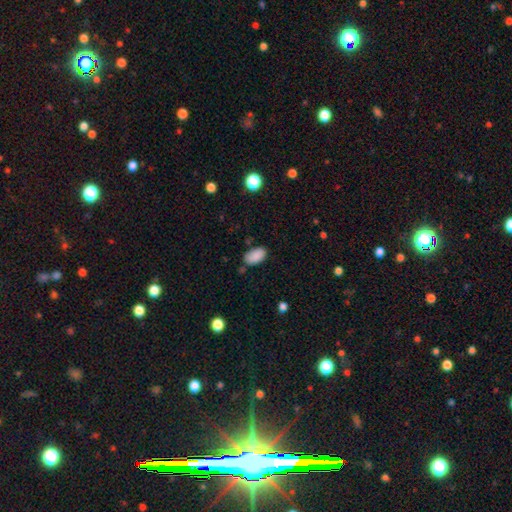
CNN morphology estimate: This appears to be a smooth galaxy with no disk features (88%) that is in between round and cigar-shaped (94%). Merging: none (76%).